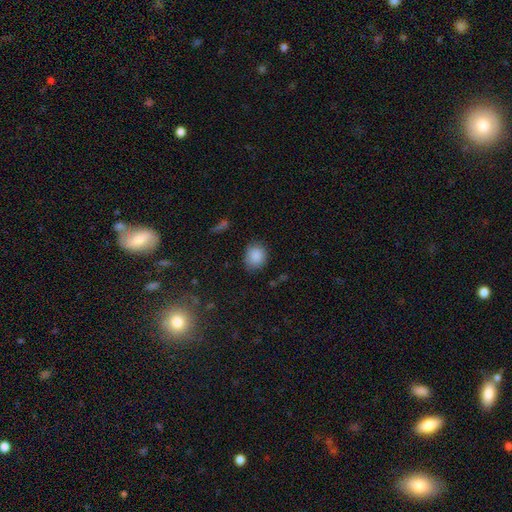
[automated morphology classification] Q: Smooth or featured?
A: smooth (88%); runner-up: star or artifact (8%)
Q: How rounded?
A: round (67%); runner-up: in between (32%)
Q: Merging?
A: none (80%); runner-up: minor disturbance (15%)